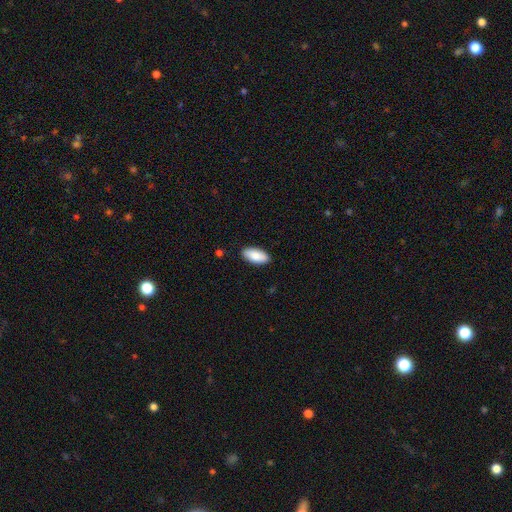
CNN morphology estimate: Overall: smooth (86%). How rounded: in between (91%). Merging: none (88%).